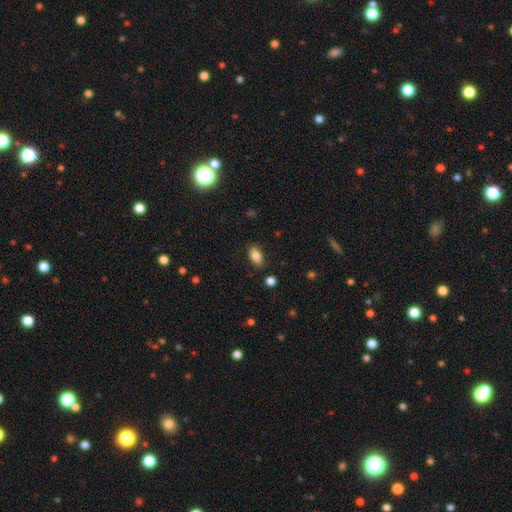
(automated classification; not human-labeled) Smooth or featured?
  - smooth: 83% *
  - featured or disk: 8%
  - star or artifact: 8%
How rounded?
  - in between: 90% *
  - round: 7%
  - cigar-shaped: 3%
Merging?
  - none: 85% *
  - minor disturbance: 11%
  - major disturbance: 3%
  - merger: 1%